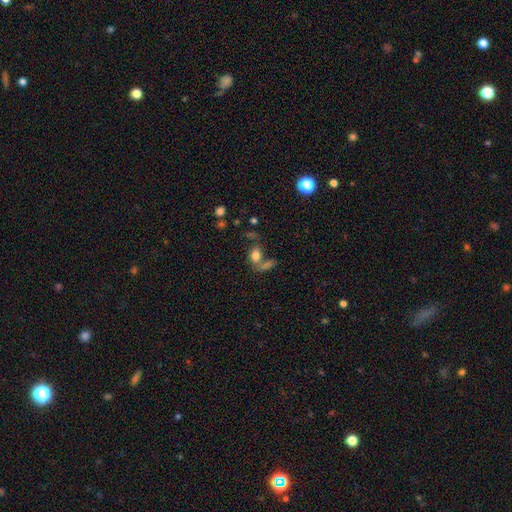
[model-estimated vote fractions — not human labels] smooth_or_featured: smooth (p=0.75) [alt: featured or disk p=0.13]
how_rounded: in between (p=0.69) [alt: round p=0.27]
merging: none (p=0.41) [alt: merger p=0.37]